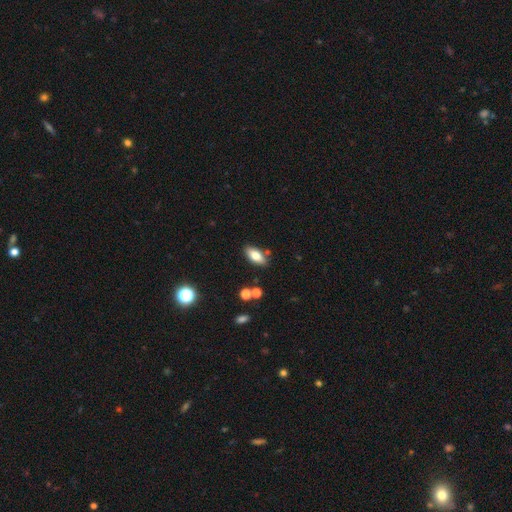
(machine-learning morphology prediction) smooth_or_featured: smooth (p=0.75) [alt: featured or disk p=0.17]
how_rounded: in between (p=0.85) [alt: cigar-shaped p=0.12]
merging: none (p=0.81) [alt: minor disturbance p=0.11]